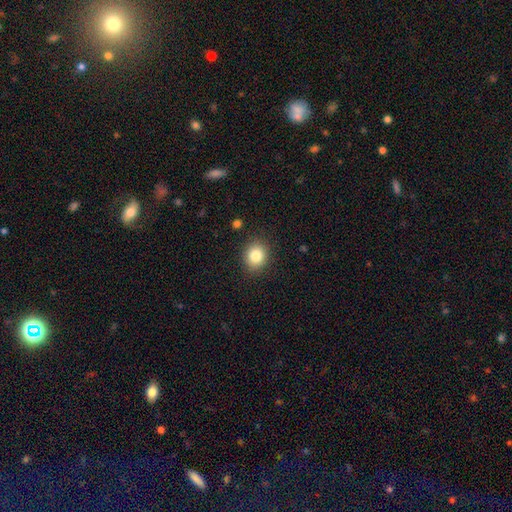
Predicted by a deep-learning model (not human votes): This appears to be a smooth galaxy with no disk features (83%) that is round (71%). Merging: none (89%).